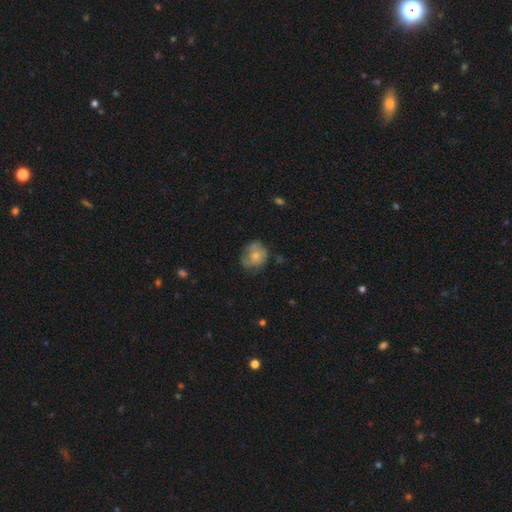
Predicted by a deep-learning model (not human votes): smooth-or-featured: smooth: 64% | featured or disk: 28% | star or artifact: 8%
  how-rounded: round: 71% | in between: 28% | cigar-shaped: 1%
  merging: none: 55% | minor disturbance: 30% | major disturbance: 13% | merger: 2%